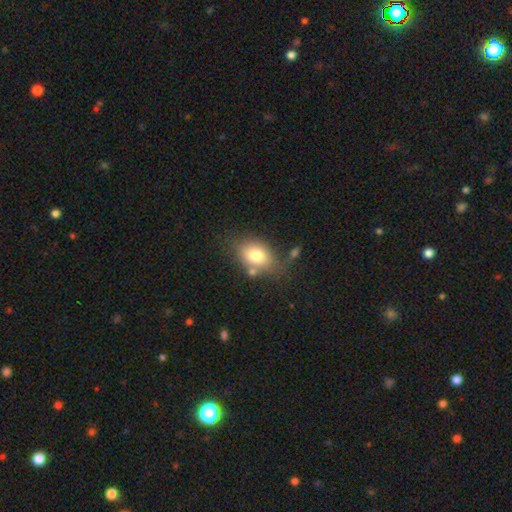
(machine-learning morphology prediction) smooth-or-featured: smooth: 77% | featured or disk: 14% | star or artifact: 9%
  how-rounded: in between: 68% | round: 31% | cigar-shaped: 1%
  merging: none: 60% | minor disturbance: 19% | merger: 12% | major disturbance: 9%